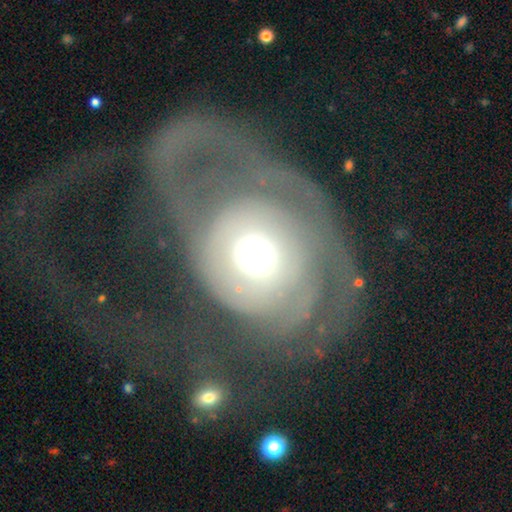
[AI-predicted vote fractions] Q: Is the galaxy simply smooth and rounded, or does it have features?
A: featured or disk — 72%.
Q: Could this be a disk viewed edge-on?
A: no — 96%.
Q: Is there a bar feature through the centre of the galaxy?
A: no — 85%.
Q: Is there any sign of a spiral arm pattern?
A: yes — 62%.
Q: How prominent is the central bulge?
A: moderate — 59%.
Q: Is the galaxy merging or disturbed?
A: major disturbance — 64%.